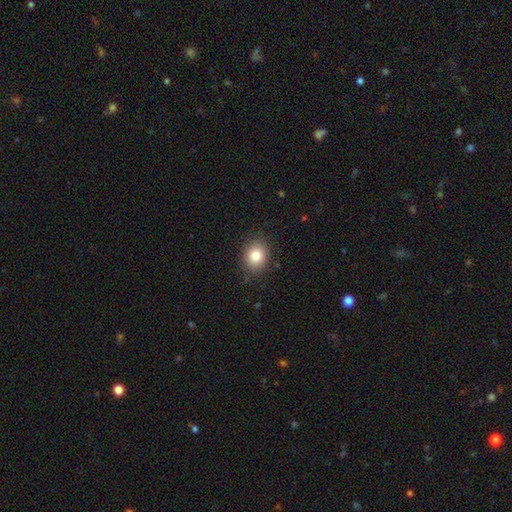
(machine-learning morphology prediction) smooth-or-featured: smooth: 84% | star or artifact: 9% | featured or disk: 7%
  how-rounded: round: 55% | in between: 44% | cigar-shaped: 1%
  merging: none: 86% | minor disturbance: 10% | major disturbance: 3% | merger: 1%